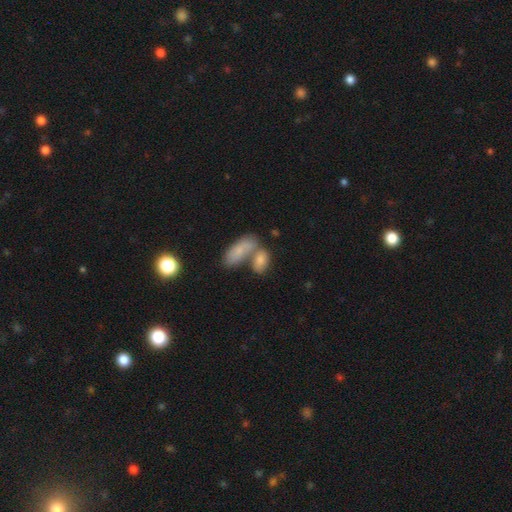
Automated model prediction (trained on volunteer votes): smooth_or_featured: smooth (p=0.66) [alt: featured or disk p=0.20]
how_rounded: in between (p=0.72) [alt: cigar-shaped p=0.19]
merging: merger (p=0.51) [alt: none p=0.35]